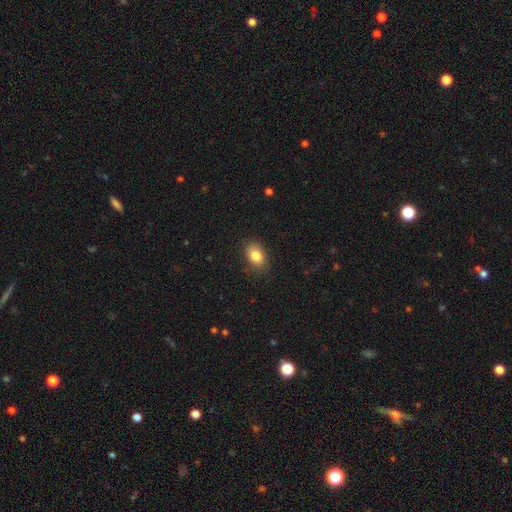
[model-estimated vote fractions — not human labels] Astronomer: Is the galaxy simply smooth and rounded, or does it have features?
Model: smooth — 85%.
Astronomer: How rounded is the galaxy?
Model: in between — 79%.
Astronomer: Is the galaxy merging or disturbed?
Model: none — 82%.